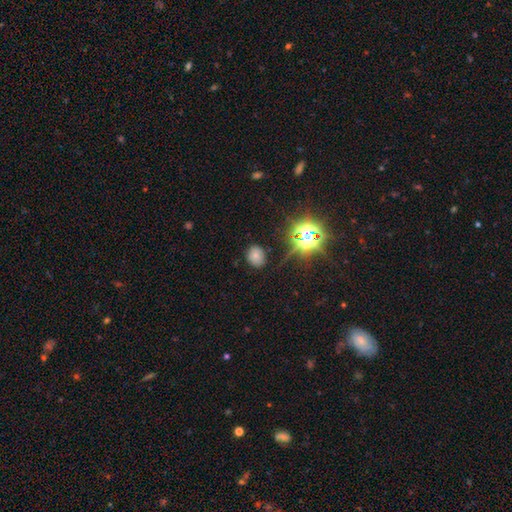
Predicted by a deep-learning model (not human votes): smooth-or-featured: smooth: 65% | star or artifact: 26% | featured or disk: 9%
  how-rounded: in between: 50% | round: 49% | cigar-shaped: 1%
  merging: none: 81% | minor disturbance: 13% | major disturbance: 4% | merger: 2%